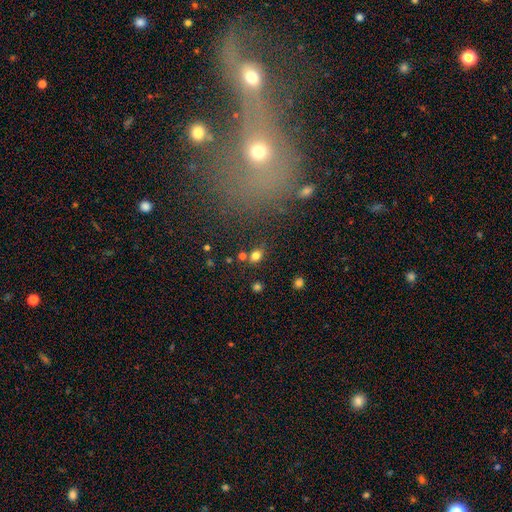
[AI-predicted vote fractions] smooth-or-featured: smooth: 79% | star or artifact: 14% | featured or disk: 7%
  how-rounded: in between: 54% | round: 44% | cigar-shaped: 2%
  merging: none: 74% | minor disturbance: 12% | merger: 10% | major disturbance: 4%